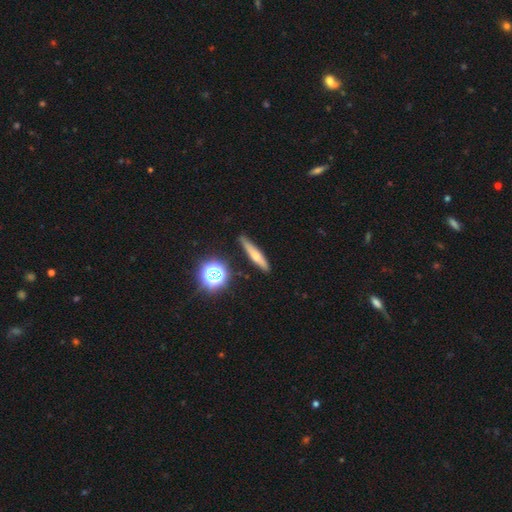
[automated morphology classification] type=smooth (50%); merging=none (85%).